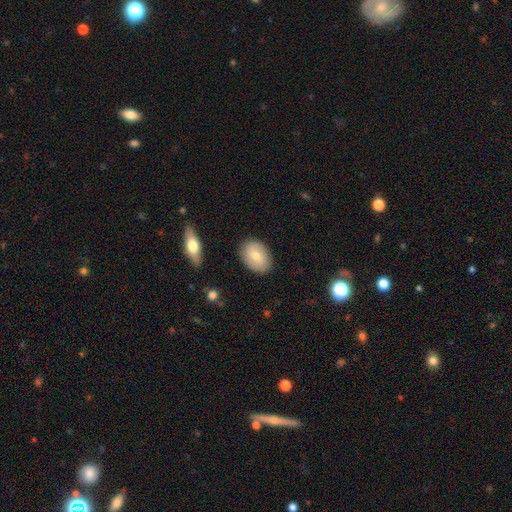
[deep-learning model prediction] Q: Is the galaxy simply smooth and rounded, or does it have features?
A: smooth — 68%.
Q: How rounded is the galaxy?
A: in between — 82%.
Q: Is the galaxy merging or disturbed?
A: none — 86%.